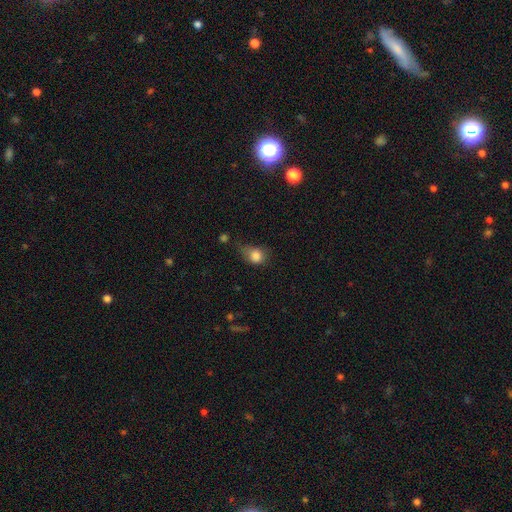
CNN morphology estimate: Smooth or featured?
  - smooth: 82% *
  - star or artifact: 10%
  - featured or disk: 8%
How rounded?
  - round: 55% *
  - in between: 43%
  - cigar-shaped: 1%
Merging?
  - minor disturbance: 39% *
  - none: 35%
  - major disturbance: 21%
  - merger: 5%